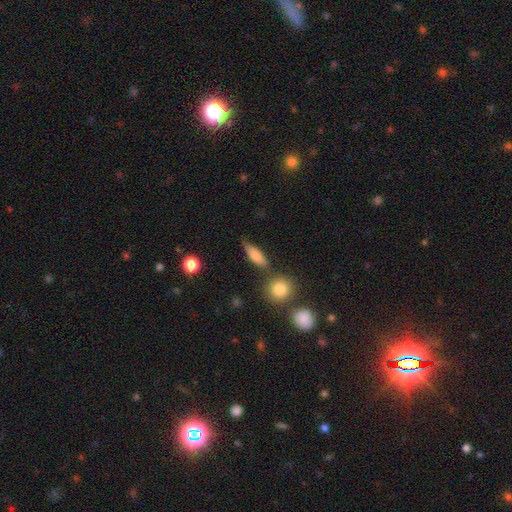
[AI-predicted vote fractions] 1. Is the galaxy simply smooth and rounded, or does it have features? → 77% smooth, 15% featured or disk, 8% star or artifact.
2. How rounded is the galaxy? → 58% in between, 36% cigar-shaped, 6% round.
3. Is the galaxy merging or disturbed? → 71% none, 16% minor disturbance, 8% merger, 4% major disturbance.